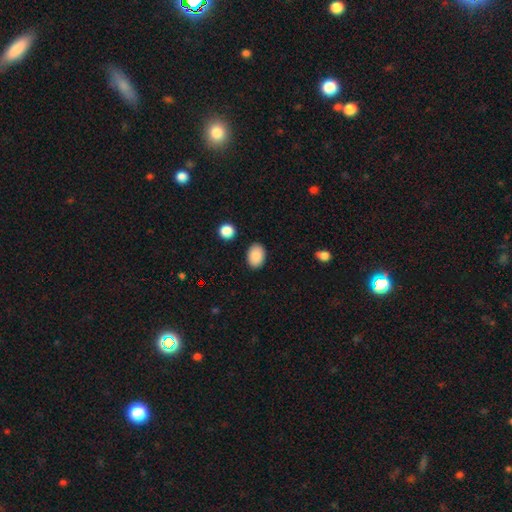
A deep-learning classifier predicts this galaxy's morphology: smooth_or_featured: smooth (p=0.89) [alt: star or artifact p=0.07]
how_rounded: in between (p=0.84) [alt: round p=0.15]
merging: none (p=0.88) [alt: minor disturbance p=0.08]